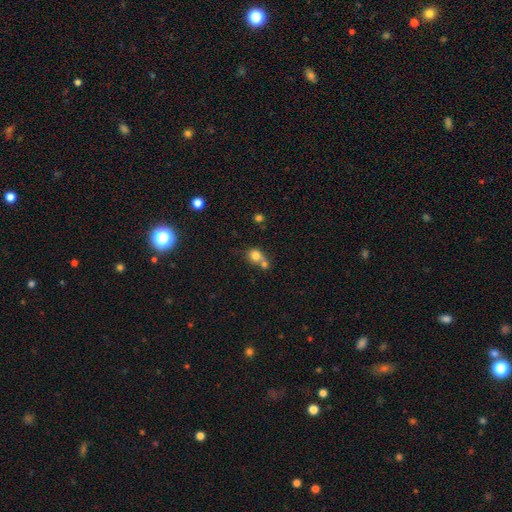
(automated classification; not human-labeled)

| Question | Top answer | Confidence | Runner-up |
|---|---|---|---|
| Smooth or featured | smooth | 77% | featured or disk (12%) |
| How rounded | round | 75% | in between (24%) |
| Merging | merger | 52% | none (34%) |